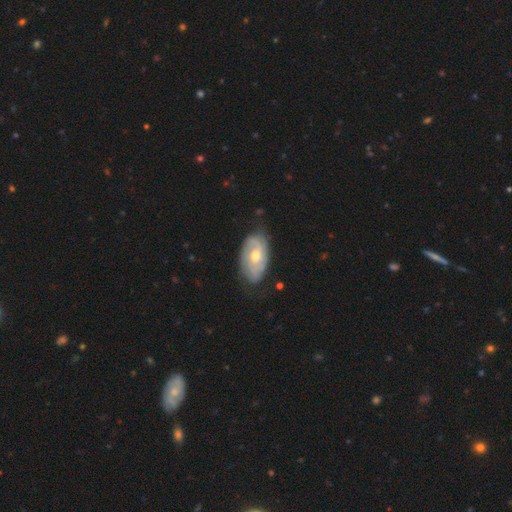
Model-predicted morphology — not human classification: smooth_or_featured: featured or disk (p=0.69) [alt: smooth p=0.25]
disk_edge_on: no (p=0.94) [alt: yes p=0.06]
bar: no (p=0.69) [alt: weak p=0.26]
has_spiral_arms: yes (p=0.82) [alt: no p=0.18]
spiral_winding: tight (p=0.53) [alt: medium p=0.32]
spiral_arm_count: 2 (p=0.44) [alt: can't tell p=0.34]
bulge_size: moderate (p=0.69) [alt: small p=0.26]
merging: none (p=0.74) [alt: minor disturbance p=0.20]